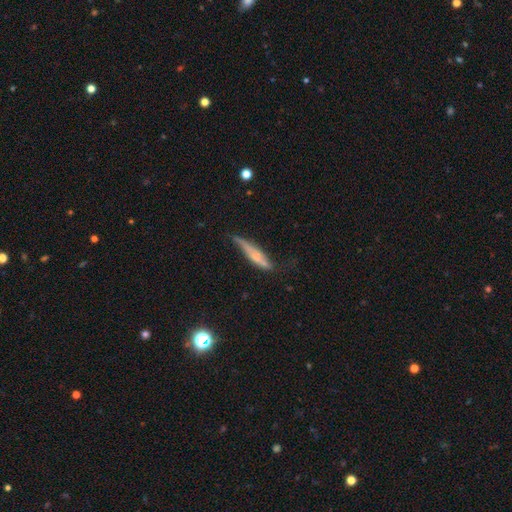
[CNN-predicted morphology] Smooth or featured? smooth (50%)
Merging? none (44%)